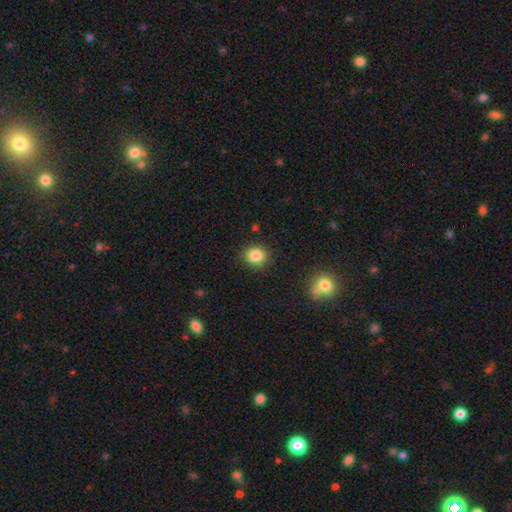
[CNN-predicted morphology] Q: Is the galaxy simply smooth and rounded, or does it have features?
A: smooth — 85%.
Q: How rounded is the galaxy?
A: round — 77%.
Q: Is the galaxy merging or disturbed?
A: none — 88%.